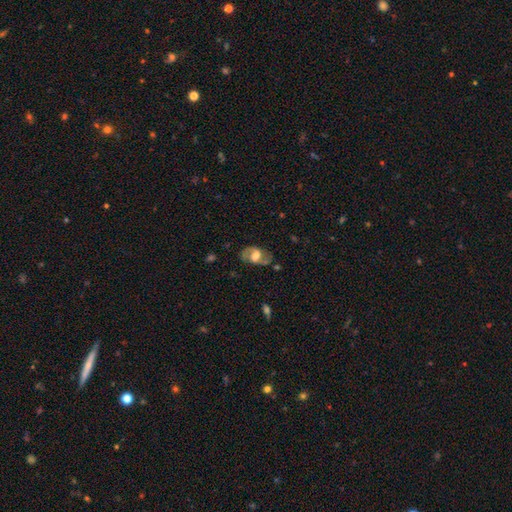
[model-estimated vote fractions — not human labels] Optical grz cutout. It shows a featured or disk galaxy (71%) with a weak bar (47%), 2 (87%) medium (48%) spiral arms (84%) and a moderate central bulge (46%). Merging: none (69%).